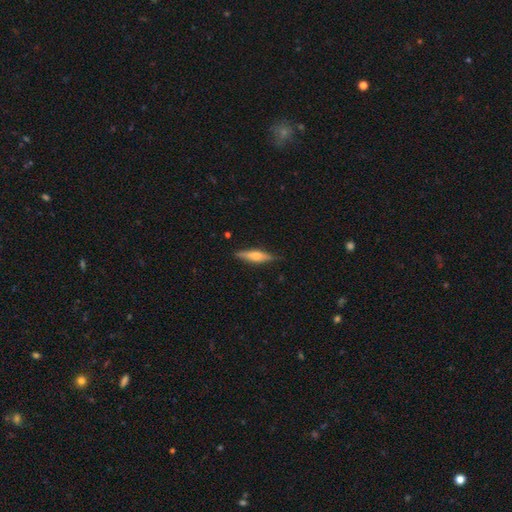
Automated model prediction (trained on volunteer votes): Q: Smooth or featured?
A: featured or disk (50%); runner-up: smooth (44%)
Q: Edge-on disk?
A: yes (95%); runner-up: no (5%)
Q: Merging?
A: none (85%); runner-up: minor disturbance (12%)